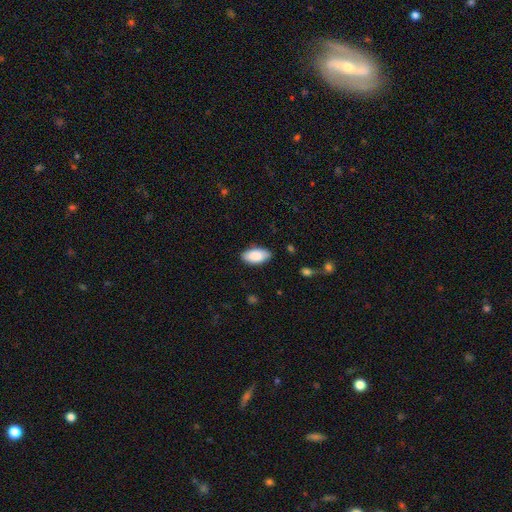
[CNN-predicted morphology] Overall: smooth (88%). How rounded: in between (95%). Merging: none (85%).